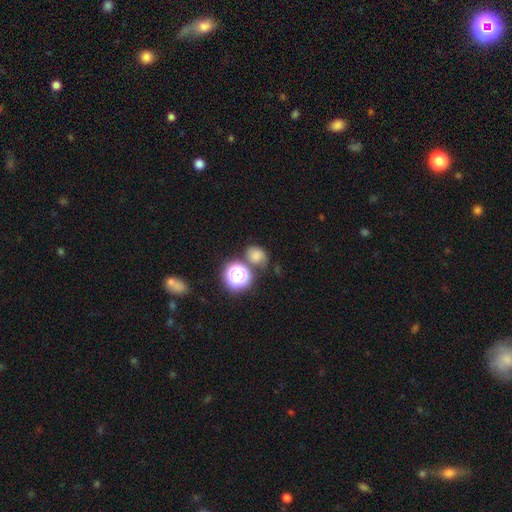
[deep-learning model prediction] smooth_or_featured: smooth (p=0.73) [alt: star or artifact p=0.19]
how_rounded: round (p=0.66) [alt: in between p=0.33]
merging: none (p=0.61) [alt: merger p=0.17]